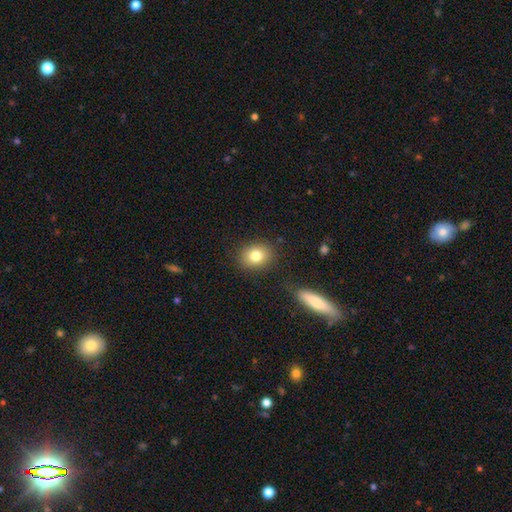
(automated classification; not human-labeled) smooth-or-featured: smooth: 80% | star or artifact: 10% | featured or disk: 10%
  how-rounded: round: 52% | in between: 47% | cigar-shaped: 1%
  merging: none: 84% | minor disturbance: 10% | major disturbance: 3% | merger: 3%